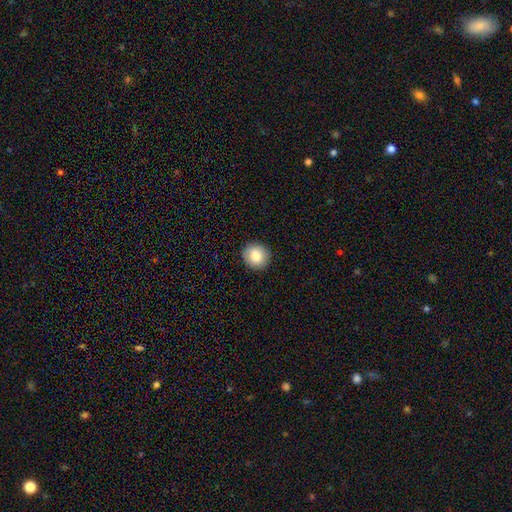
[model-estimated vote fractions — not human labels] smooth 84%, star or artifact 8%, featured or disk 8%. Down the decision tree: how rounded — round (90%); merging — none (92%).